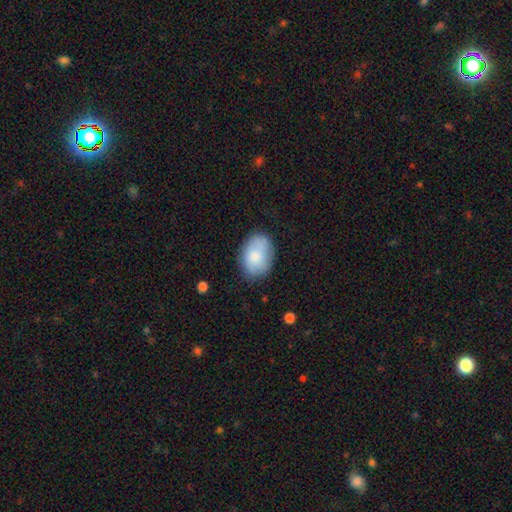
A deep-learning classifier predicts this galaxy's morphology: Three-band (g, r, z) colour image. It shows a smooth galaxy with no disk features (78%) that is in between round and cigar-shaped (80%). Merging: none (75%).